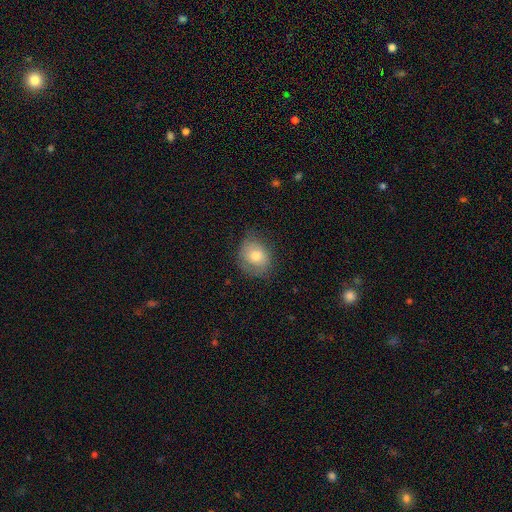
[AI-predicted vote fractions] This is likely a smooth galaxy (72%). How rounded: likely round (61%). Merging: likely none (66%).